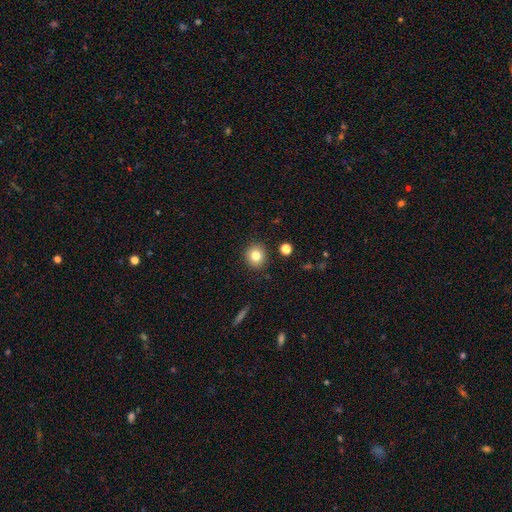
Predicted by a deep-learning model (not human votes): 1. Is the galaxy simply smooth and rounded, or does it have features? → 80% smooth, 11% star or artifact, 9% featured or disk.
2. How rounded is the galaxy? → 86% round, 13% in between, 1% cigar-shaped.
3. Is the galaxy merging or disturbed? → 89% none, 7% minor disturbance, 2% merger, 2% major disturbance.